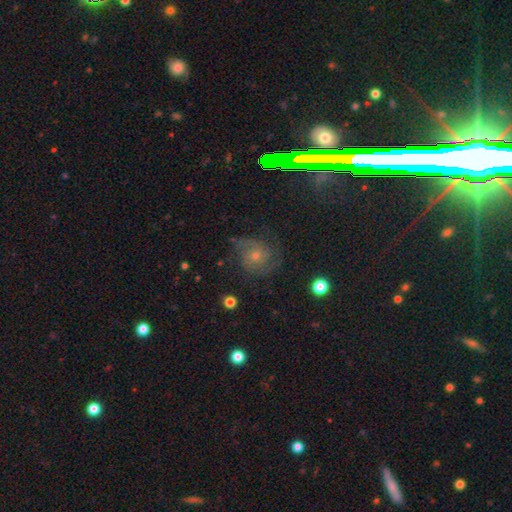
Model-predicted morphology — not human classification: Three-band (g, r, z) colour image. It shows a featured or disk galaxy (65%) with no bar (77%), 2 (49%) medium (44%) spiral arms (90%) and a small central bulge (51%). Merging: none (64%).